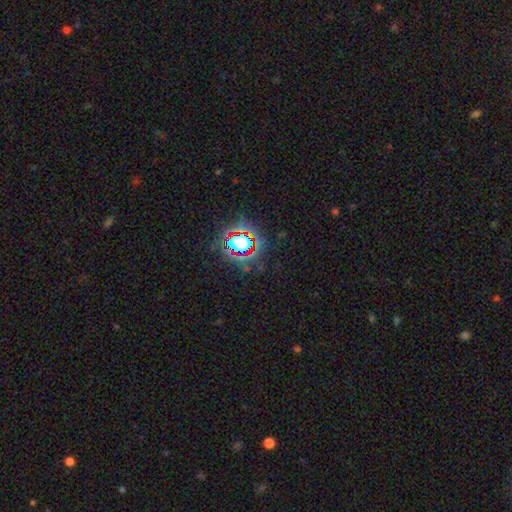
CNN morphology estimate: Smooth or featured? Predicted: star or artifact (p=0.79).